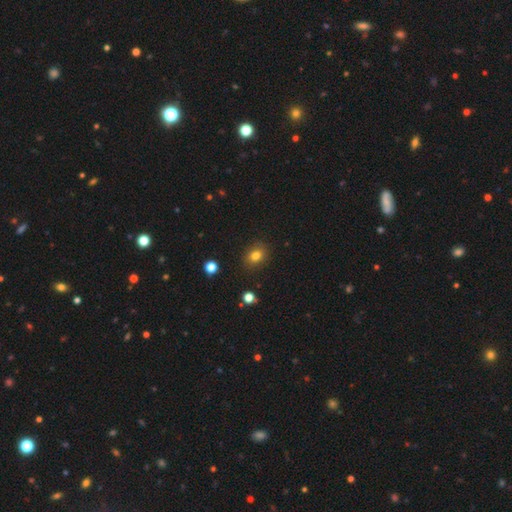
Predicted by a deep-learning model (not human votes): Smooth or featured? smooth (80%)
How rounded? in between (52%)
Merging? none (86%)